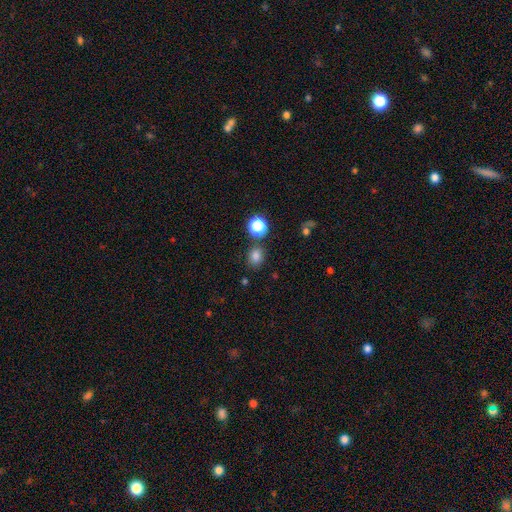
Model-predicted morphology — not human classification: This appears to be a smooth galaxy with no disk features (78%) that is round (60%). Merging: none (77%).